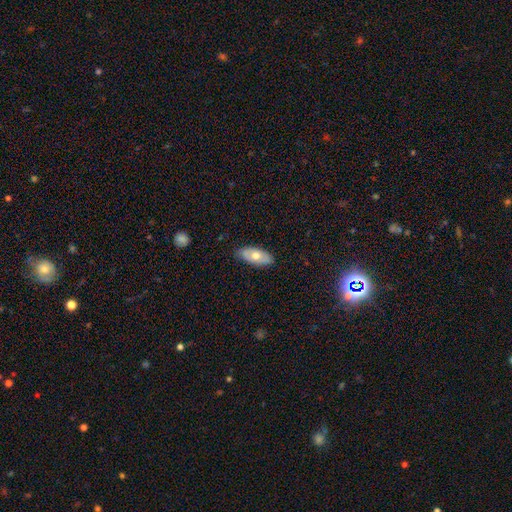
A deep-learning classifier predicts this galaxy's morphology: Overall: smooth (59%; featured or disk 36%). How rounded: in between (89%). Merging: none (83%).